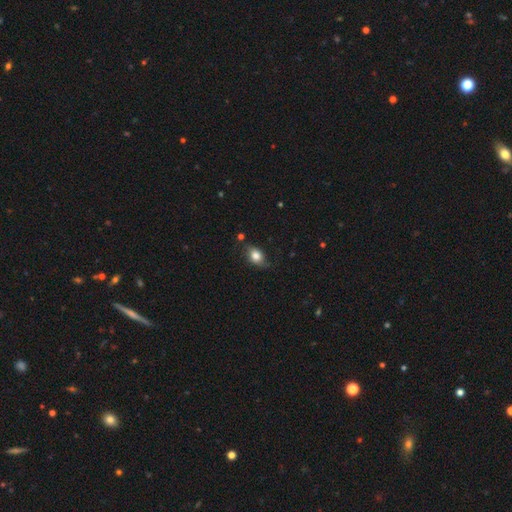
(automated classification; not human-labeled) Smooth or featured? Predicted: smooth (p=0.77). How rounded? Predicted: in between (p=0.77). Merging? Predicted: none (p=0.64).